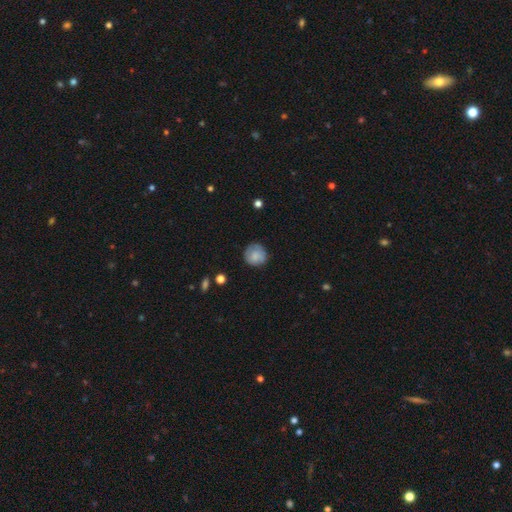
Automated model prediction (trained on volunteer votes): Smooth or featured: smooth — 73% (featured or disk — 19%)
How rounded: round — 89% (in between — 10%)
Merging: none — 75% (minor disturbance — 19%)